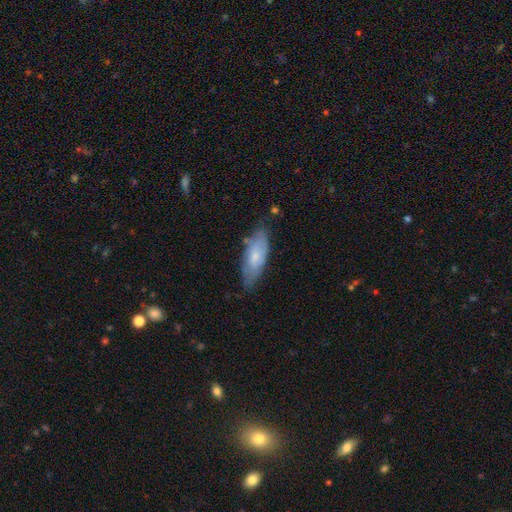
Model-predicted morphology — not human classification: Smooth or featured? Predicted: smooth (p=0.56). How rounded? Predicted: in between (p=0.74). Merging? Predicted: none (p=0.65).